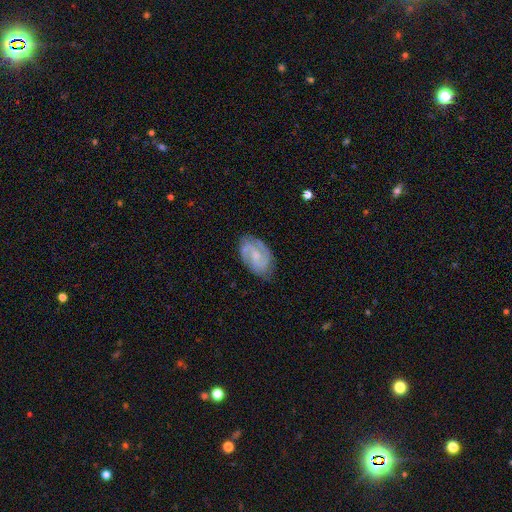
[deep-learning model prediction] This is clearly a featured or disk galaxy (83%). It is clearly not viewed edge-on (97%). Bar: possibly weak (47%). Spiral arm pattern: clearly yes (96%). Spiral arm count: likely 2 (72%). Spiral winding: possibly medium (45%). Central bulge: possibly small (58%). Merging: likely none (78%).